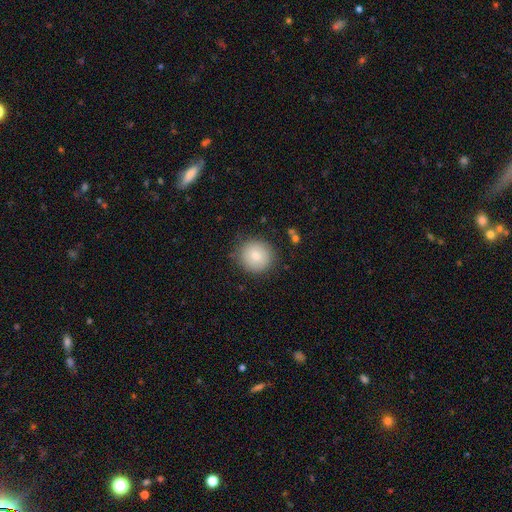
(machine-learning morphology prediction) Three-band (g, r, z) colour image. It shows a smooth galaxy with no disk features (81%) that is round (90%). Merging: none (84%).